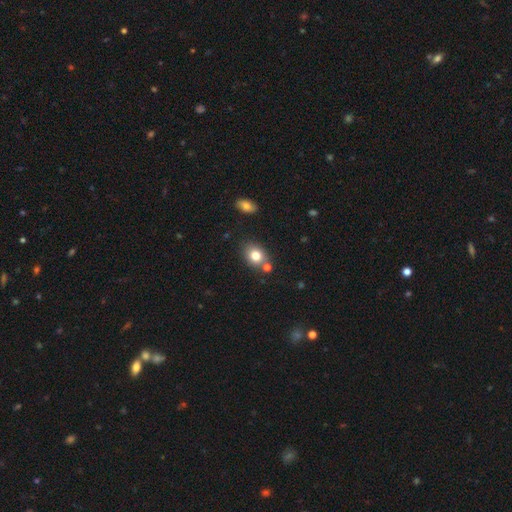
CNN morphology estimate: This is likely a smooth galaxy (79%). How rounded: possibly in between (57%). Merging: likely none (69%).